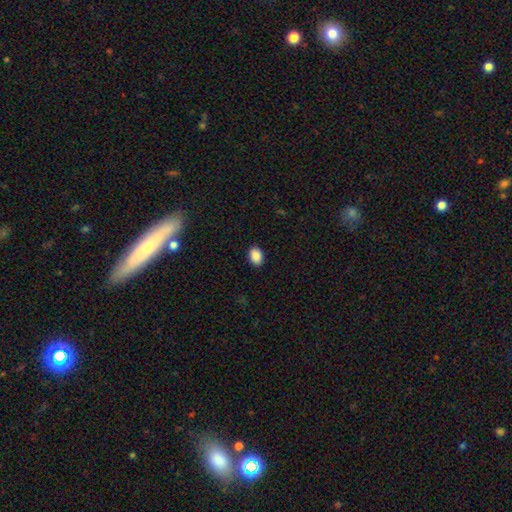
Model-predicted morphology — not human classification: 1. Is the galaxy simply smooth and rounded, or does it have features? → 89% smooth, 8% star or artifact, 3% featured or disk.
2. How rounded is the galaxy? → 82% in between, 17% round, 1% cigar-shaped.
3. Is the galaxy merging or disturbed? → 89% none, 8% minor disturbance, 2% major disturbance, 1% merger.